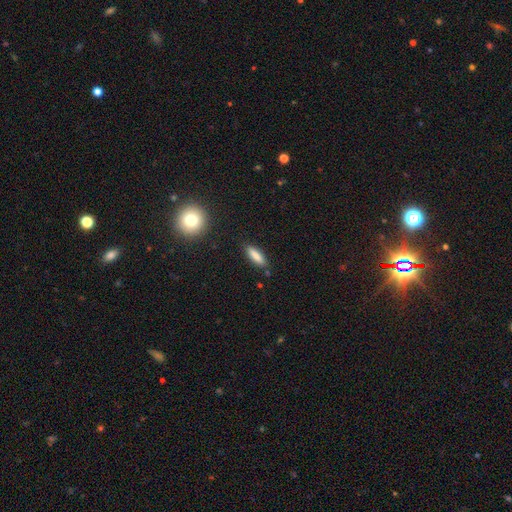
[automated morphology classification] This appears to be a smooth galaxy with no disk features (83%) that is cigar-shaped (59%). Merging: none (84%).